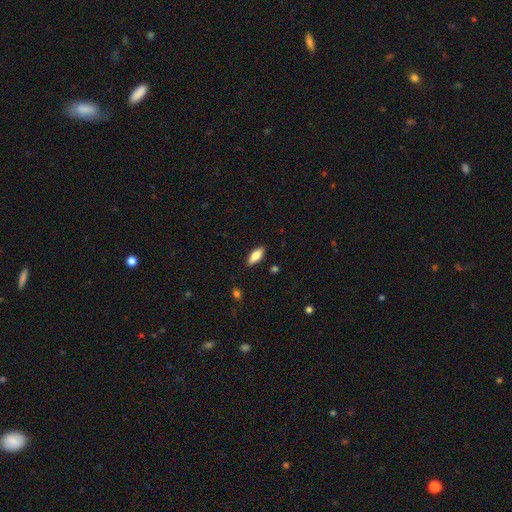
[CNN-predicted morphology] smooth_or_featured: smooth (p=0.75) [alt: featured or disk p=0.18]
how_rounded: in between (p=0.76) [alt: cigar-shaped p=0.21]
merging: none (p=0.87) [alt: minor disturbance p=0.10]